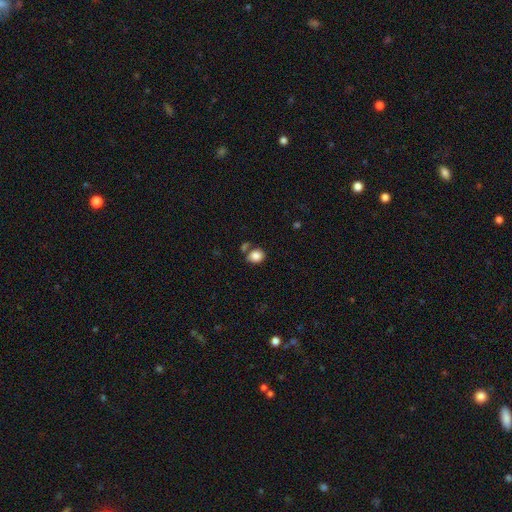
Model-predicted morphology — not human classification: A smooth galaxy with no disk features (85%) that is round (53%).

Vote fractions:
- Smooth or featured? smooth: 85% / star or artifact: 9% / featured or disk: 6%
- How rounded? round: 53% / in between: 46% / cigar-shaped: 1%
- Merging? none: 62% / merger: 18% / minor disturbance: 15% / major disturbance: 5%